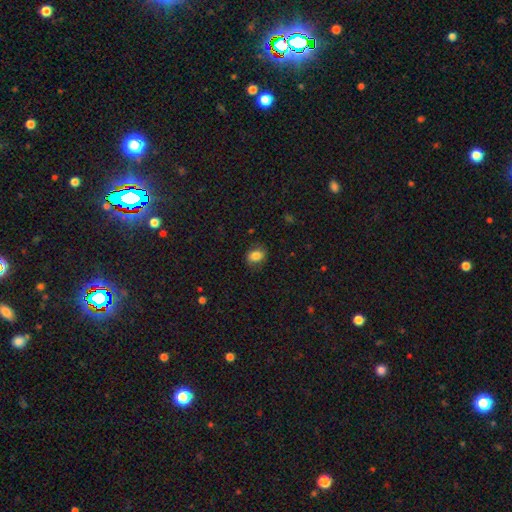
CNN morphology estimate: The model was most divided on "how rounded": in between: 58%, round: 40%, cigar-shaped: 1%. More confident: smooth or featured — smooth (81%); merging — none (79%).